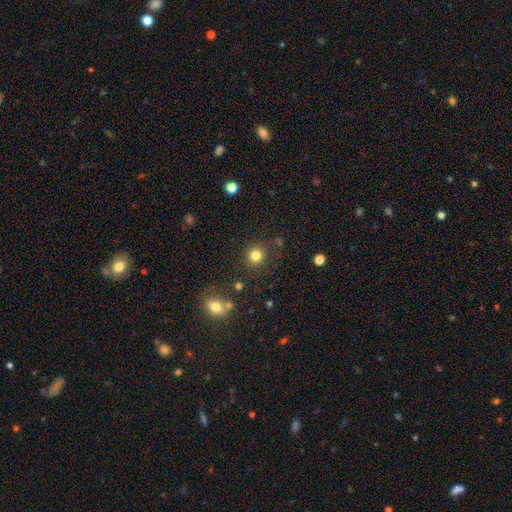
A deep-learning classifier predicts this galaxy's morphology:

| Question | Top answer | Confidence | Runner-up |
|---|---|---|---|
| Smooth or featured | smooth | 81% | star or artifact (13%) |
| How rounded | round | 92% | in between (7%) |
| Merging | none | 85% | minor disturbance (9%) |